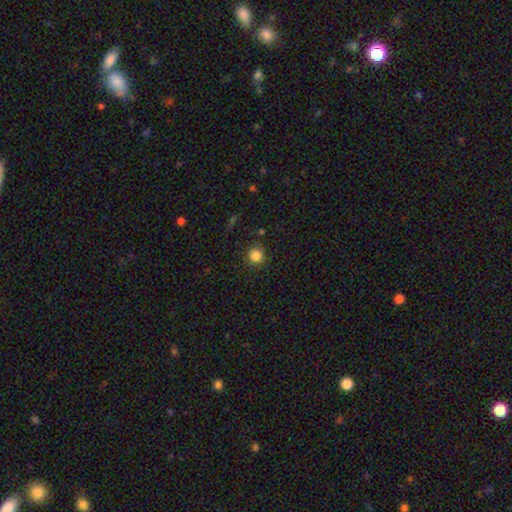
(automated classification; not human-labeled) Smooth or featured: smooth — 84% (star or artifact — 12%)
How rounded: round — 93% (in between — 6%)
Merging: none — 89% (minor disturbance — 7%)